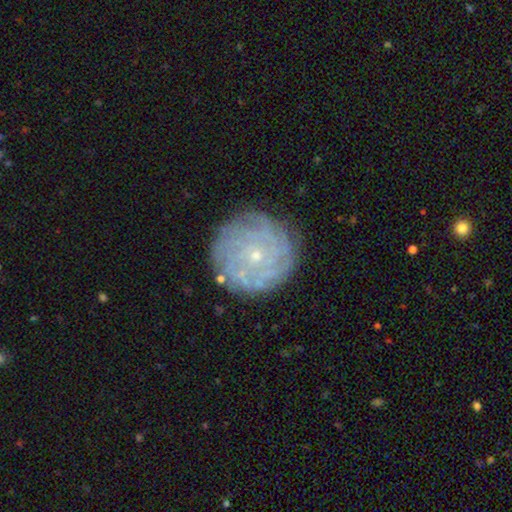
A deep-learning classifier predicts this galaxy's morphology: Smooth or featured? featured or disk (76%)
Edge-on disk? no (98%)
Bar? no (84%)
Spiral arms? yes (93%)
Spiral winding? tight (84%)
Spiral arm count? can't tell (36%)
Bulge size? small (82%)
Merging? none (84%)